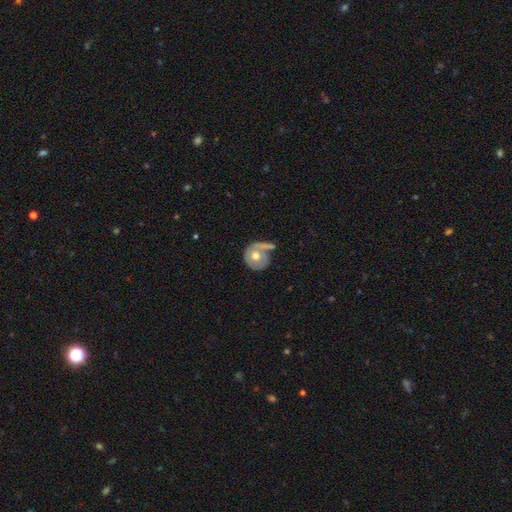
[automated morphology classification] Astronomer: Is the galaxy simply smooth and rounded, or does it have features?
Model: smooth — 54% (runner-up: featured or disk, 41%).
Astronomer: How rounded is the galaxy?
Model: round — 87%.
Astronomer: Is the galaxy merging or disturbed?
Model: none — 47%.